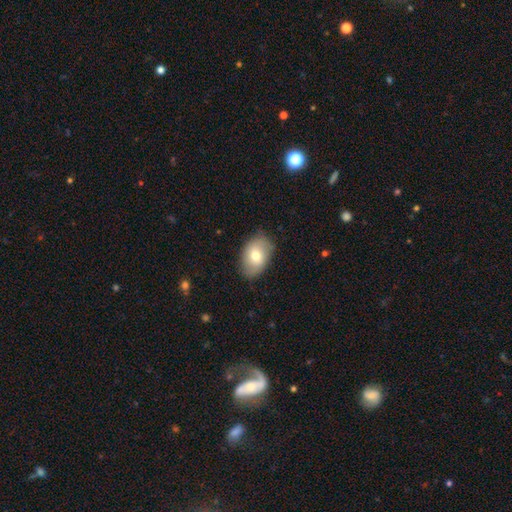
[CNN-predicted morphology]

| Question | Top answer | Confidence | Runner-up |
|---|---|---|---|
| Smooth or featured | smooth | 71% | featured or disk (22%) |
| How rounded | in between | 84% | round (14%) |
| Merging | none | 81% | minor disturbance (15%) |